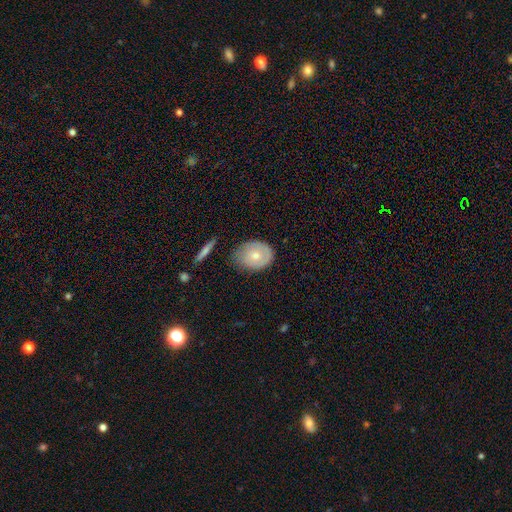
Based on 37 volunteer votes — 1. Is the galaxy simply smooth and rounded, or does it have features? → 51% smooth, 49% featured or disk, 0% star or artifact.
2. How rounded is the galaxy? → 58% in between, 42% round, 0% cigar-shaped.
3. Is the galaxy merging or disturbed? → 73% none, 16% minor disturbance, 8% major disturbance, 3% merger.